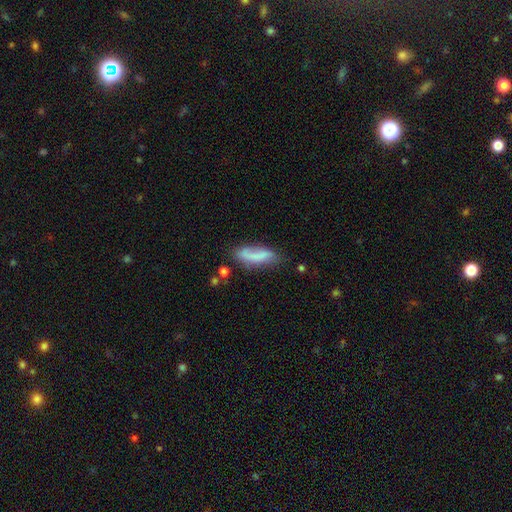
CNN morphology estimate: type=smooth (65%); roundness=in between (56%); merging=none (49%).